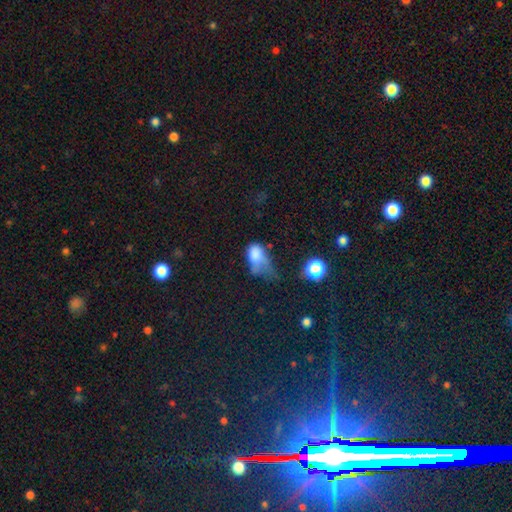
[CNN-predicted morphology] Smooth or featured? smooth (70%)
How rounded? in between (79%)
Merging? major disturbance (47%)